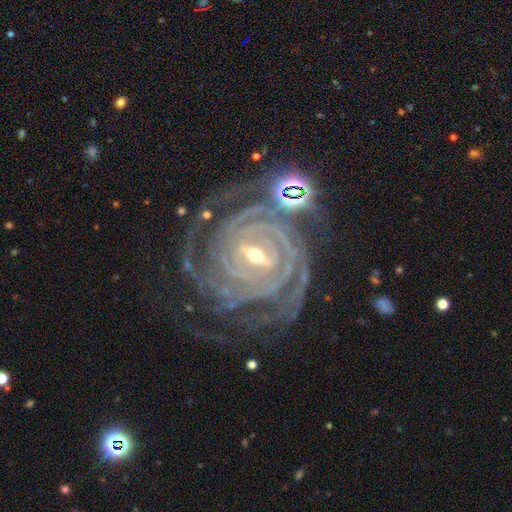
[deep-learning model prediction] featured or disk 92%, star or artifact 5%, smooth 3%. Down the decision tree: edge-on disk — no (97%); bar — strong (51%); spiral arms — yes (99%); spiral arm count — 4 (30%); spiral winding — tight (87%); bulge size — small (51%); merging — none (71%).